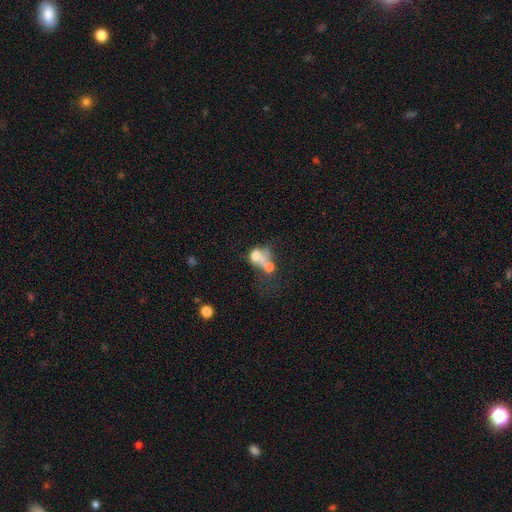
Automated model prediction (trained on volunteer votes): This is possibly a smooth galaxy (55%). How rounded: possibly in between (51%). Merging: likely merger (62%).